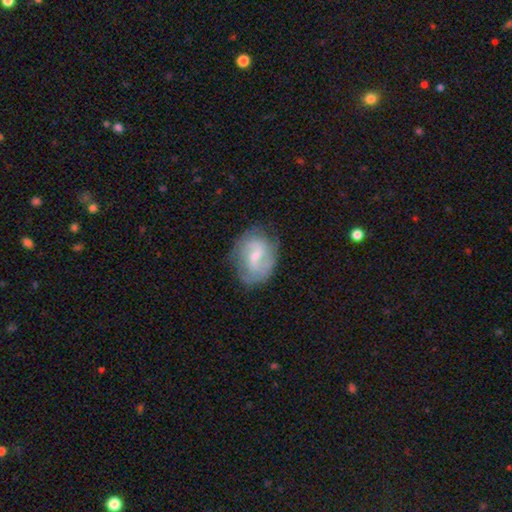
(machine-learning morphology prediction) This appears to be a featured or disk galaxy (62%) with a weak bar (59%), spiral arms (81%) and a small central bulge (47%). Merging: none (67%).